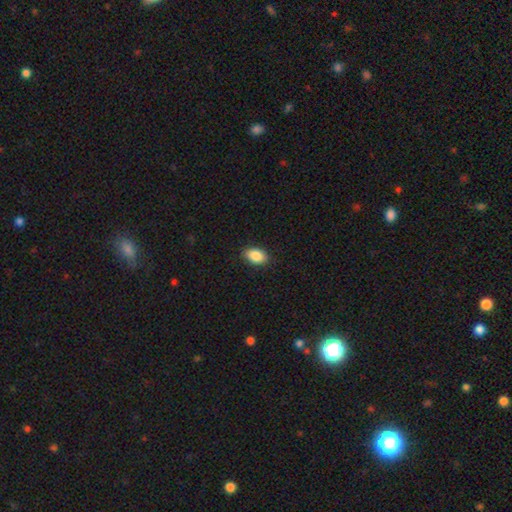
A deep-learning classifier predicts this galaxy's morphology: Overall: smooth (88%). How rounded: in between (90%). Merging: none (89%).